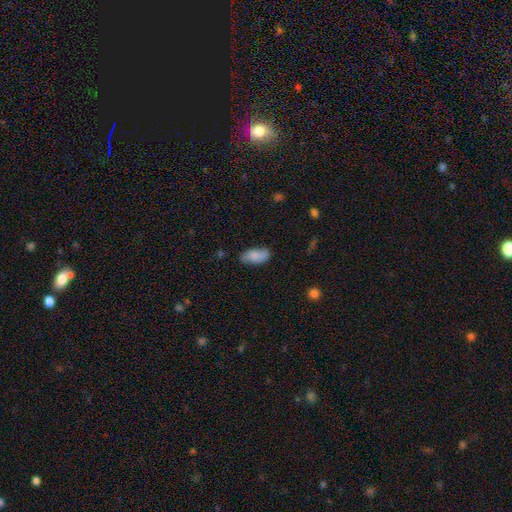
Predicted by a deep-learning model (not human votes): Smooth or featured: smooth — 77% (featured or disk — 16%)
How rounded: in between — 91% (cigar-shaped — 6%)
Merging: none — 72% (minor disturbance — 21%)